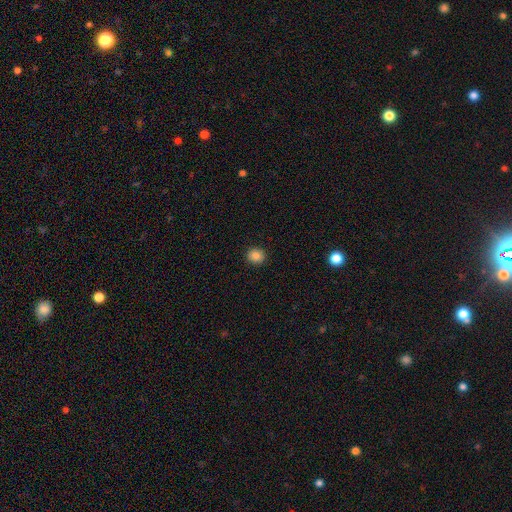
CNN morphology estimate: This appears to be a smooth galaxy with no disk features (84%) that is round (87%). Merging: none (92%).